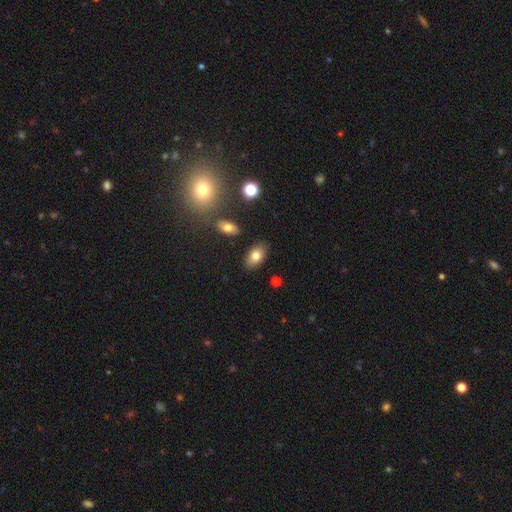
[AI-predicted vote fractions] Overall: smooth (79%). How rounded: in between (91%). Merging: none (85%).